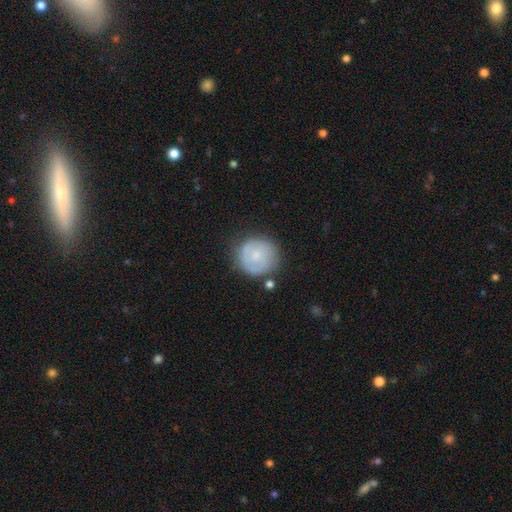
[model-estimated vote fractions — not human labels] Q: Smooth or featured?
A: smooth (52%); runner-up: featured or disk (41%)
Q: How rounded?
A: round (92%); runner-up: in between (7%)
Q: Merging?
A: none (72%); runner-up: minor disturbance (18%)